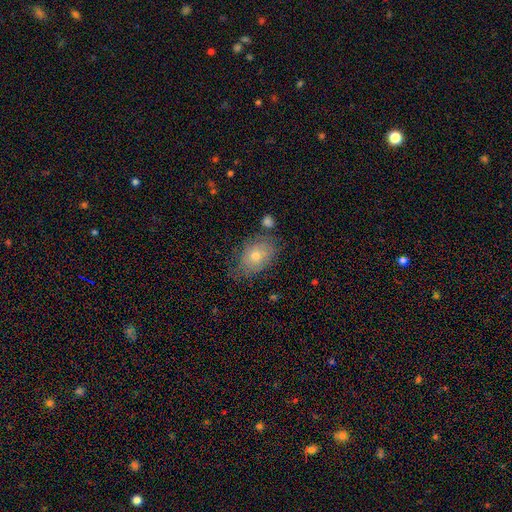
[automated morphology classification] smooth 61%, featured or disk 29%, star or artifact 10%. Down the decision tree: how rounded — in between (78%); merging — none (61%).